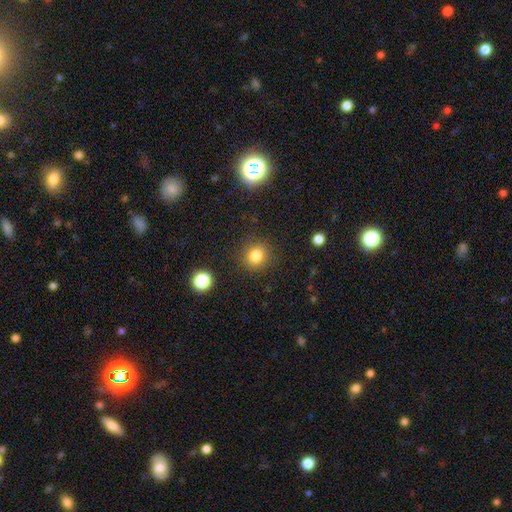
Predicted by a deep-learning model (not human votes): smooth 81%, star or artifact 13%, featured or disk 6%. Down the decision tree: how rounded — round (86%); merging — none (88%).